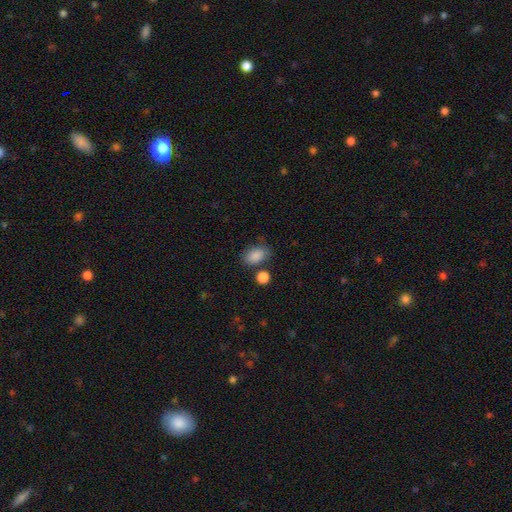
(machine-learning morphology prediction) Smooth or featured: smooth — 87% (star or artifact — 8%)
How rounded: in between — 85% (round — 13%)
Merging: none — 69% (minor disturbance — 17%)